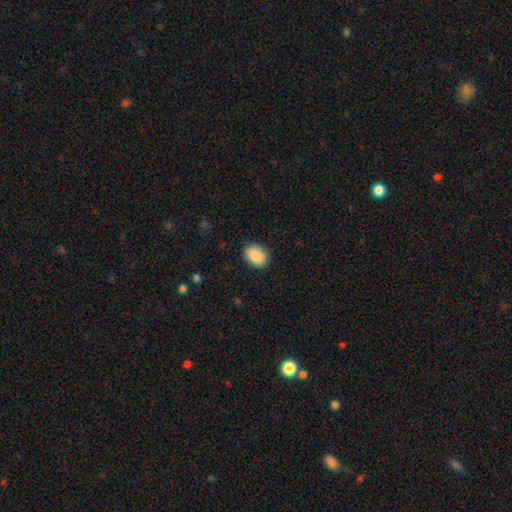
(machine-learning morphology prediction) Smooth or featured?
  - smooth: 90% *
  - star or artifact: 7%
  - featured or disk: 3%
How rounded?
  - in between: 77% *
  - round: 22%
  - cigar-shaped: 1%
Merging?
  - none: 86% *
  - minor disturbance: 10%
  - major disturbance: 2%
  - merger: 1%